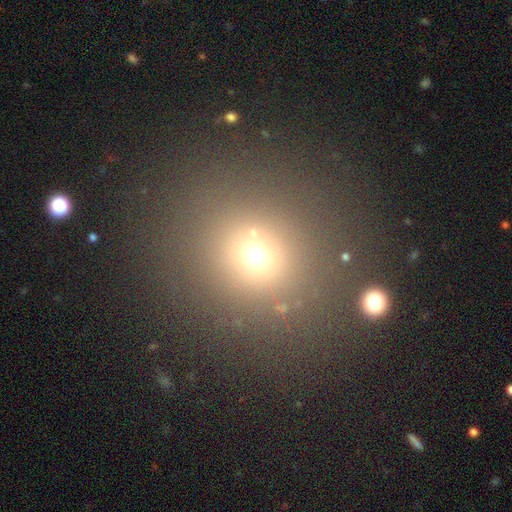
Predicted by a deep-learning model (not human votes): smooth 64%, star or artifact 27%, featured or disk 10%. Down the decision tree: how rounded — round (88%); merging — none (79%).